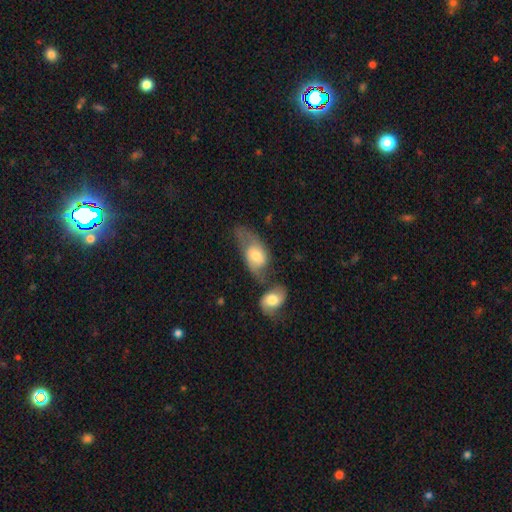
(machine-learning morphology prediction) smooth 51%, featured or disk 42%, star or artifact 7%. Down the decision tree: how rounded — in between (85%); merging — merger (43%).